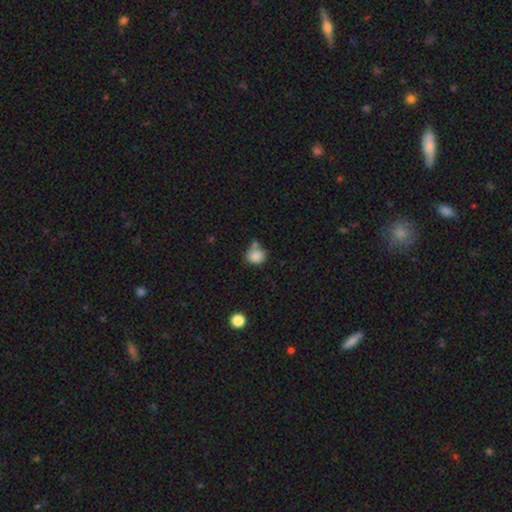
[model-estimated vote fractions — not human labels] A smooth galaxy with no disk features (85%) that is round (72%). Merging: none (49%).